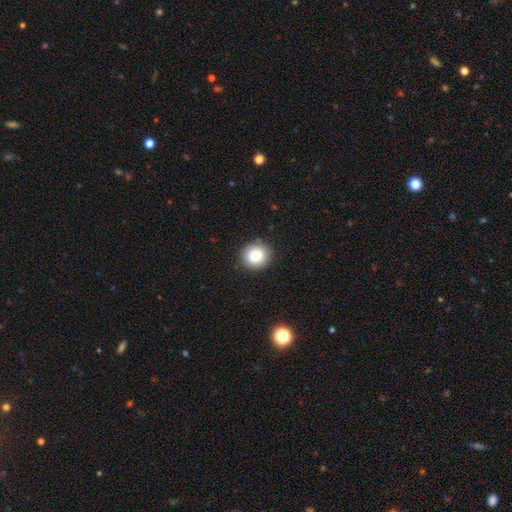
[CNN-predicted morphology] smooth-or-featured: smooth: 82% | star or artifact: 10% | featured or disk: 8%
  how-rounded: round: 91% | in between: 8% | cigar-shaped: 1%
  merging: none: 90% | minor disturbance: 7% | major disturbance: 2% | merger: 1%